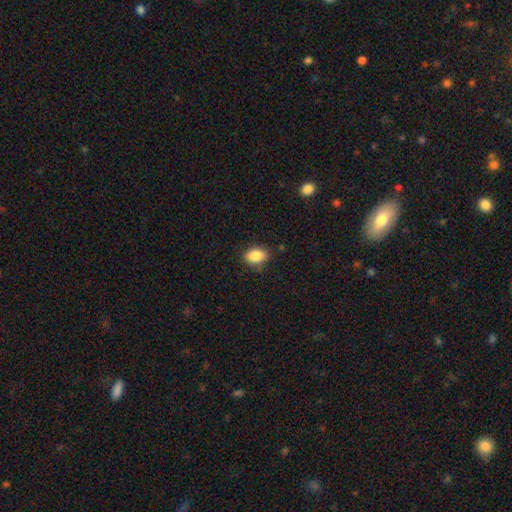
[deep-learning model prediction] smooth 87%, star or artifact 8%, featured or disk 4%. Down the decision tree: how rounded — in between (80%); merging — none (85%).